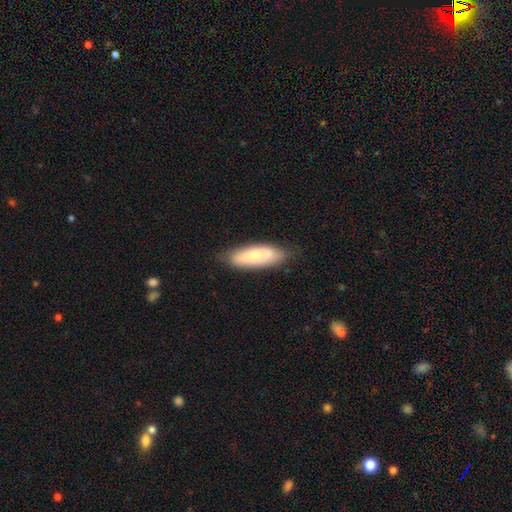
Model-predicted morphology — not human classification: The model was most divided on "how rounded": in between: 64%, cigar-shaped: 34%, round: 2%. More confident: merging — none (75%); smooth or featured — smooth (66%).